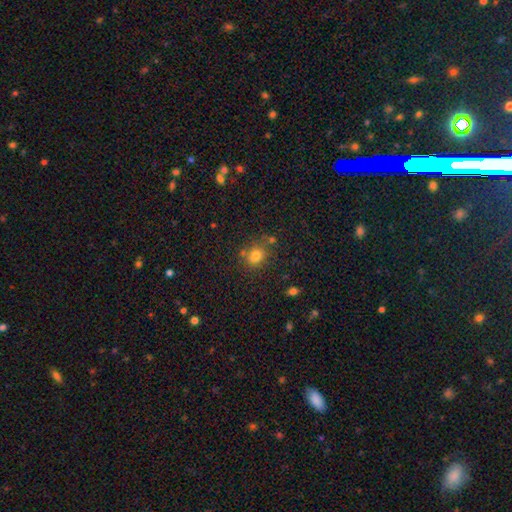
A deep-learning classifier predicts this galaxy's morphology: Q: Smooth or featured?
A: smooth (77%); runner-up: star or artifact (15%)
Q: How rounded?
A: round (68%); runner-up: in between (31%)
Q: Merging?
A: none (69%); runner-up: minor disturbance (15%)